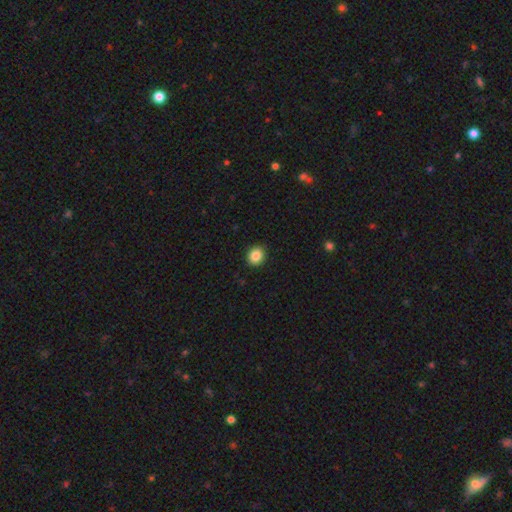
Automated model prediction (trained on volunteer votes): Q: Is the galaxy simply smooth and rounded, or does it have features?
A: smooth — 87%.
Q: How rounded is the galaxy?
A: round — 80%.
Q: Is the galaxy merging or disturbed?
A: none — 92%.